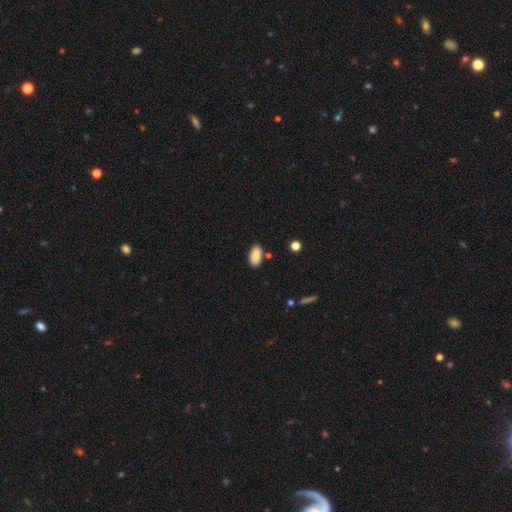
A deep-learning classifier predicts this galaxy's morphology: Smooth or featured? Predicted: smooth (p=0.86). How rounded? Predicted: in between (p=0.94). Merging? Predicted: none (p=0.82).